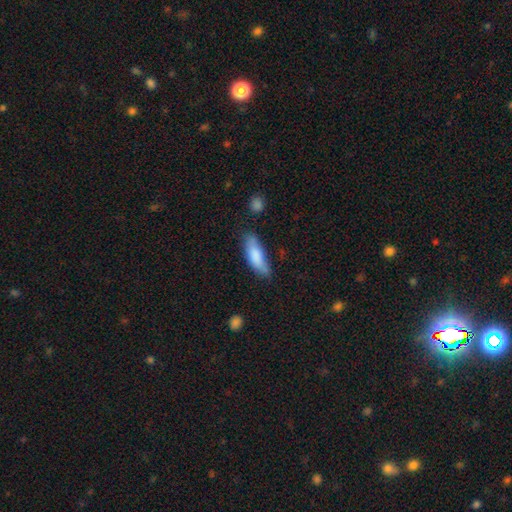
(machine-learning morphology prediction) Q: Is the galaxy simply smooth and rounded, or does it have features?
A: smooth — 81%.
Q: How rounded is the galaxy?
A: in between — 58%.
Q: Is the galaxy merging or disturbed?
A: none — 65%.